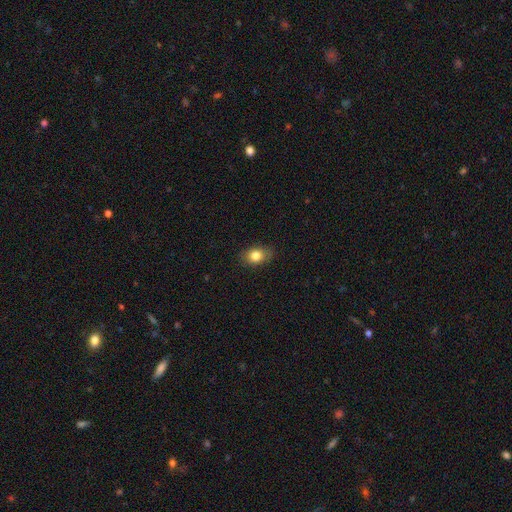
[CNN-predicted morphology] Smooth or featured? smooth (80%)
How rounded? in between (74%)
Merging? none (84%)